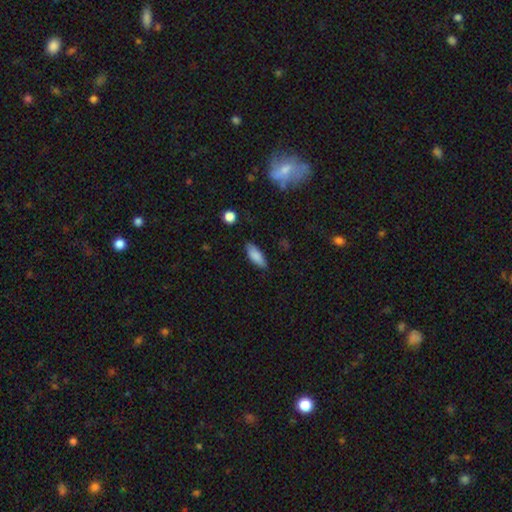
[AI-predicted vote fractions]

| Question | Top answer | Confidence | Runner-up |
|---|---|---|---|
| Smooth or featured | smooth | 86% | star or artifact (7%) |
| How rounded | in between | 70% | cigar-shaped (28%) |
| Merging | none | 82% | minor disturbance (14%) |